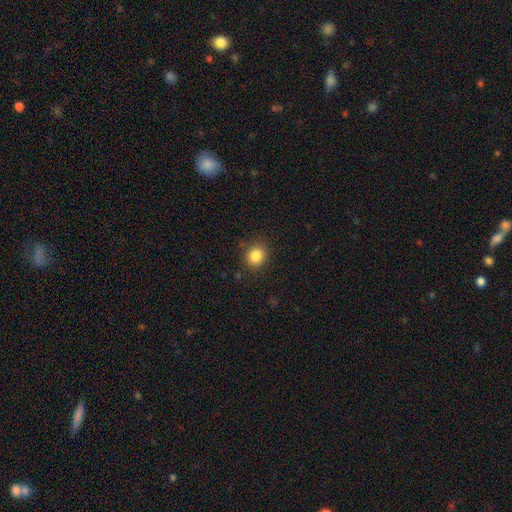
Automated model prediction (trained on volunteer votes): A smooth galaxy with no disk features (84%) that is round (83%).

Vote fractions:
- Smooth or featured? smooth: 84% / star or artifact: 11% / featured or disk: 5%
- How rounded? round: 83% / in between: 16% / cigar-shaped: 1%
- Merging? none: 87% / minor disturbance: 9% / major disturbance: 3% / merger: 1%